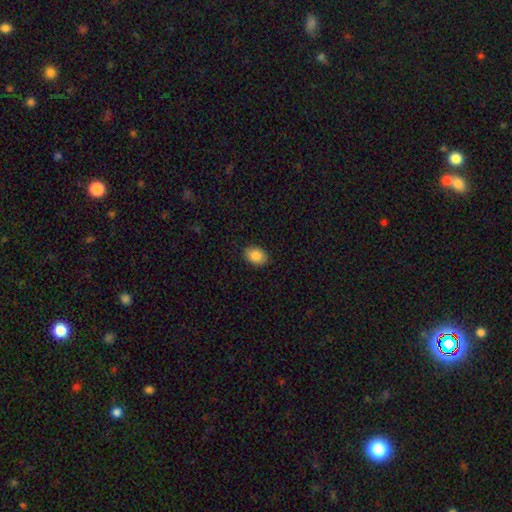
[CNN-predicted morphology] This appears to be a smooth galaxy with no disk features (87%) that is in between round and cigar-shaped (70%). Merging: none (88%).